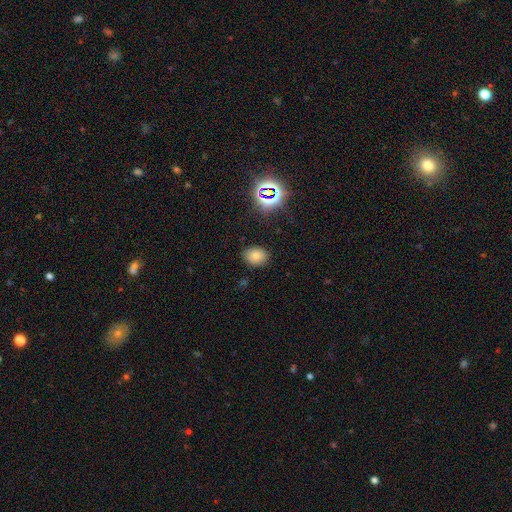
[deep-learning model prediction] Smooth or featured? Predicted: smooth (p=0.73). How rounded? Predicted: in between (p=0.57). Merging? Predicted: none (p=0.85).